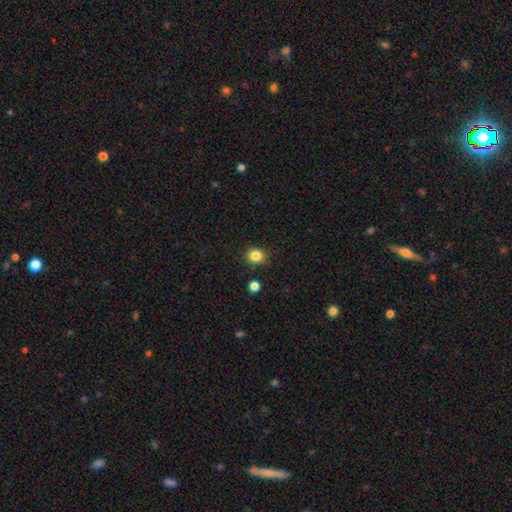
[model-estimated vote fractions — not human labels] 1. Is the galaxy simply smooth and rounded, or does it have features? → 85% smooth, 11% star or artifact, 4% featured or disk.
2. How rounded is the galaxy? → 77% round, 22% in between, 1% cigar-shaped.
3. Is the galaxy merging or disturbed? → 87% none, 8% minor disturbance, 3% merger, 2% major disturbance.